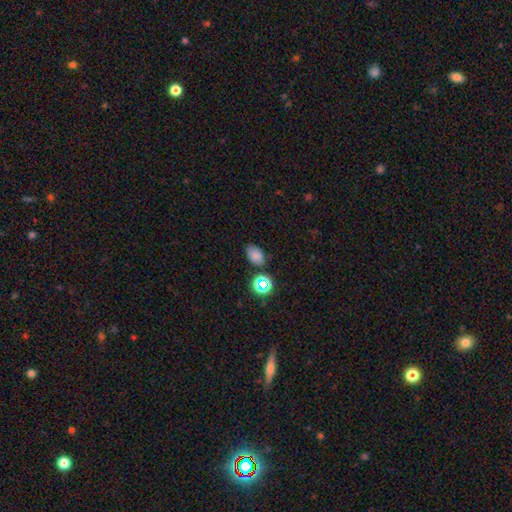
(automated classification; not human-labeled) smooth-or-featured: smooth: 74% | star or artifact: 18% | featured or disk: 7%
  how-rounded: in between: 82% | round: 17% | cigar-shaped: 1%
  merging: none: 75% | minor disturbance: 16% | merger: 6% | major disturbance: 4%